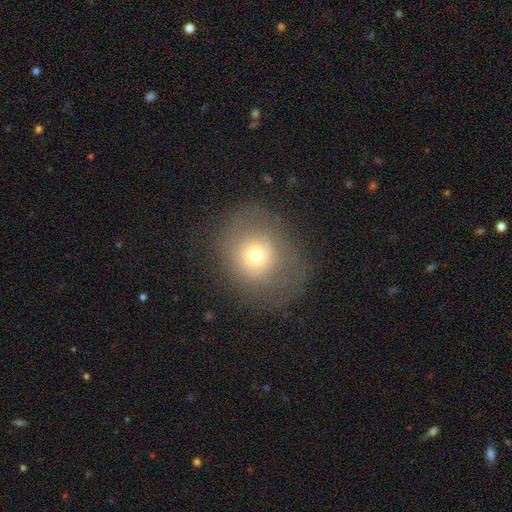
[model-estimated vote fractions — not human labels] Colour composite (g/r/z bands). It shows a smooth galaxy with no disk features (63%) that is round (70%). Merging: none (65%).